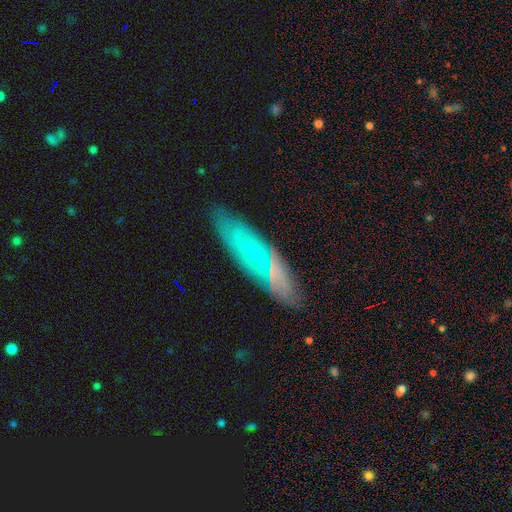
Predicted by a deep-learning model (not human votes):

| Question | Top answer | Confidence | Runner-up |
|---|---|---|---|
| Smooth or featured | featured or disk | 55% | smooth (35%) |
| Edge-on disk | no | 66% | yes (34%) |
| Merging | none | 73% | minor disturbance (15%) |